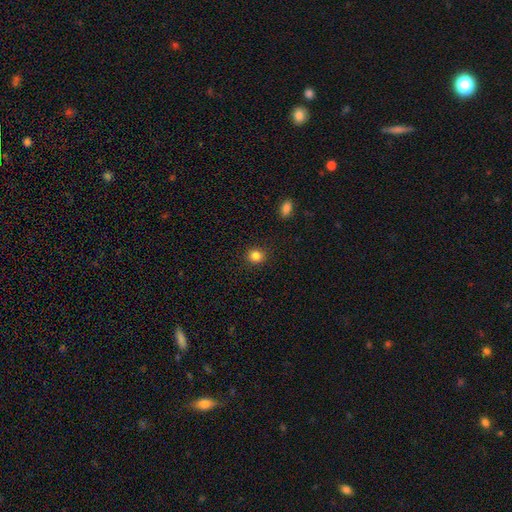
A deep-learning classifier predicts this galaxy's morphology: smooth 85%, star or artifact 11%, featured or disk 4%. Down the decision tree: how rounded — round (82%); merging — none (90%).